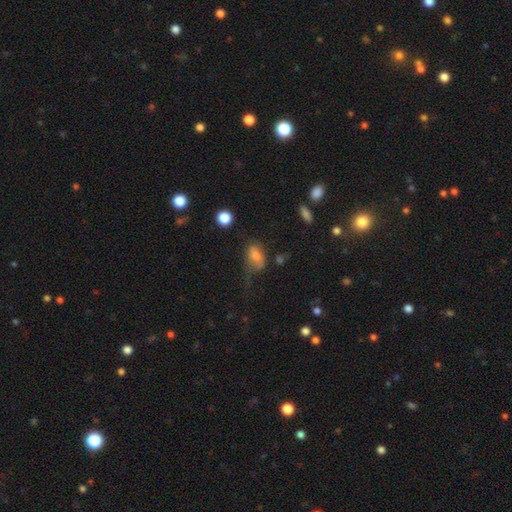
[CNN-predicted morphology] Smooth or featured? Predicted: smooth (p=0.68). How rounded? Predicted: in between (p=0.84). Merging? Predicted: none (p=0.35).